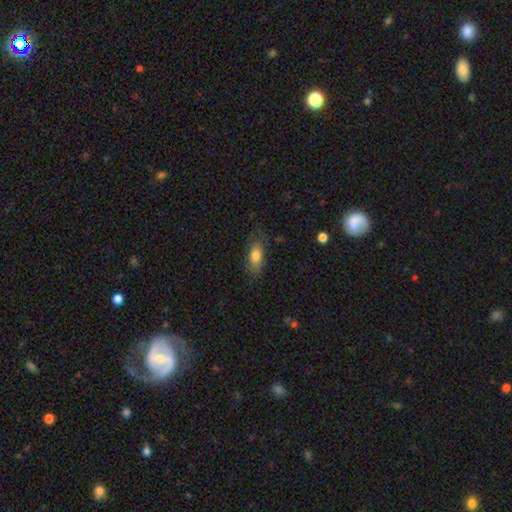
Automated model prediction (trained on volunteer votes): A smooth galaxy with no disk features (76%) that is in between round and cigar-shaped (84%). Merging: none (68%).